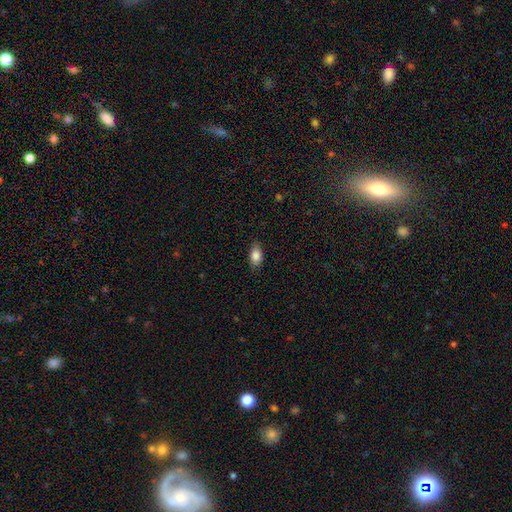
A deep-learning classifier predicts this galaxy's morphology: Overall: smooth (84%). How rounded: in between (87%). Merging: none (81%).